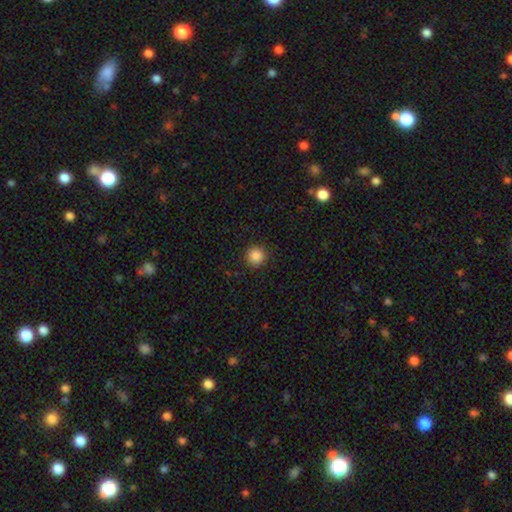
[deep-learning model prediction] Smooth or featured? Predicted: smooth (p=0.87). How rounded? Predicted: round (p=0.95). Merging? Predicted: none (p=0.92).